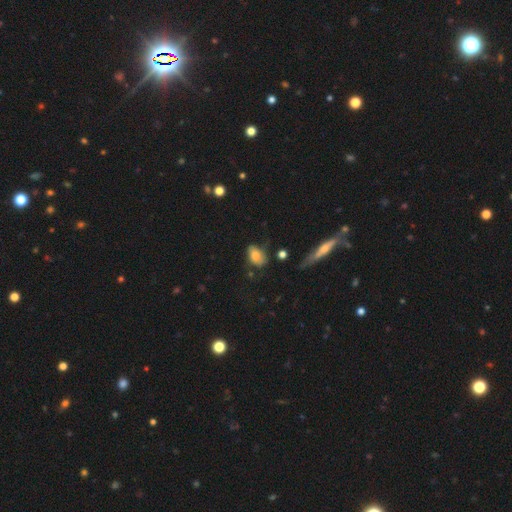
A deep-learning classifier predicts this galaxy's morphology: This is likely a smooth galaxy (75%). How rounded: clearly in between (84%). Merging: possibly none (50%).